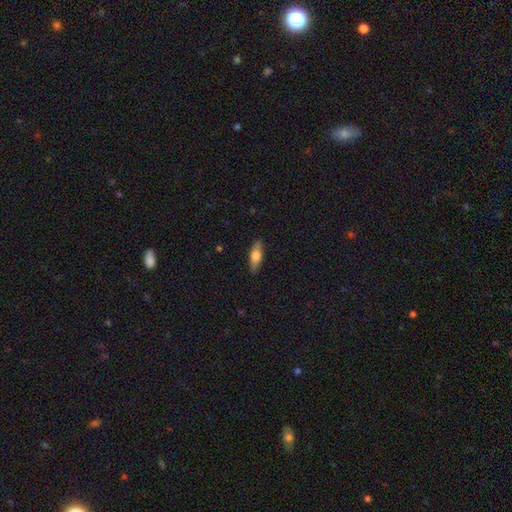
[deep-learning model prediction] Q: Smooth or featured?
A: smooth (67%); runner-up: featured or disk (27%)
Q: How rounded?
A: in between (65%); runner-up: cigar-shaped (32%)
Q: Merging?
A: none (86%); runner-up: minor disturbance (11%)